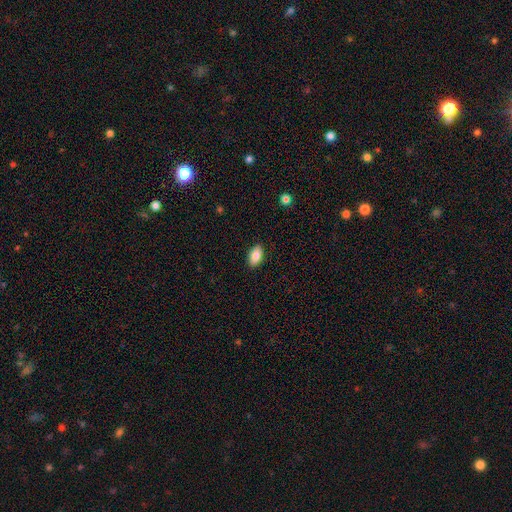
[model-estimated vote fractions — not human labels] Morphology: type=smooth (85%); roundness=in between (93%); merging=none (89%).